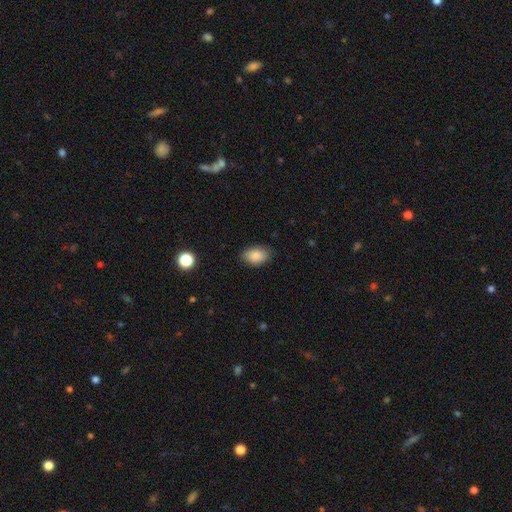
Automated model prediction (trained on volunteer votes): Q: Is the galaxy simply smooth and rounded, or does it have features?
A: smooth — 87%.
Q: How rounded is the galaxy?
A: in between — 88%.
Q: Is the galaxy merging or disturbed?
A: none — 80%.